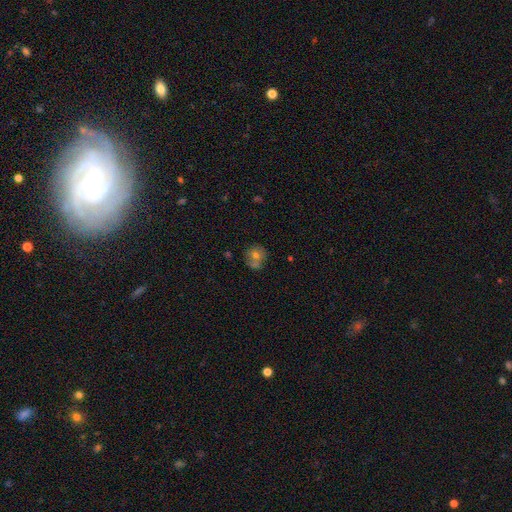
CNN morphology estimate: Smooth or featured: smooth — 64% (featured or disk — 23%)
How rounded: round — 85% (in between — 14%)
Merging: none — 61% (merger — 18%)